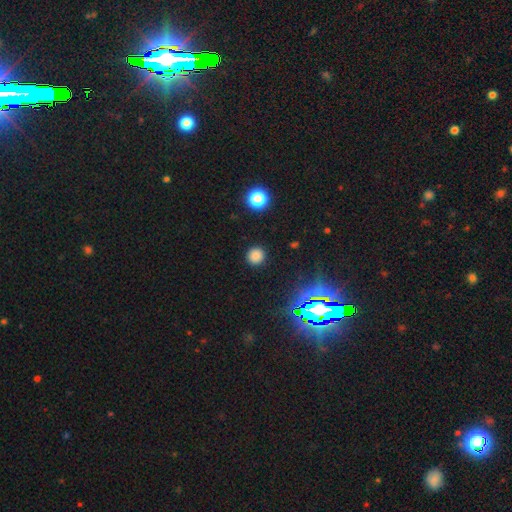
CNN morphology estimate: smooth 78%, star or artifact 17%, featured or disk 5%. Down the decision tree: how rounded — round (93%); merging — none (91%).